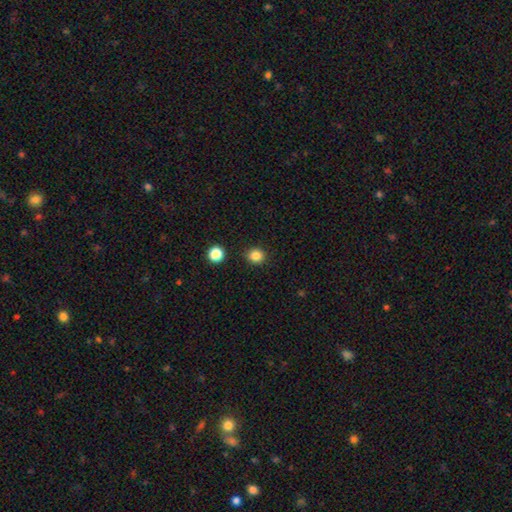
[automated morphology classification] This appears to be a smooth galaxy with no disk features (84%) that is round (88%). Merging: none (90%).